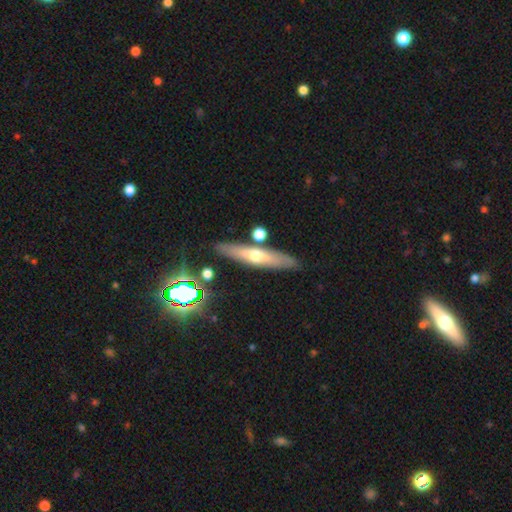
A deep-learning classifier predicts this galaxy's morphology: A featured or disk galaxy (54%) viewed edge-on (83%).

Vote fractions:
- Smooth or featured? featured or disk: 54% / smooth: 39% / star or artifact: 7%
- Edge-on disk? yes: 83% / no: 17%
- Merging? none: 83% / minor disturbance: 9% / merger: 5% / major disturbance: 2%